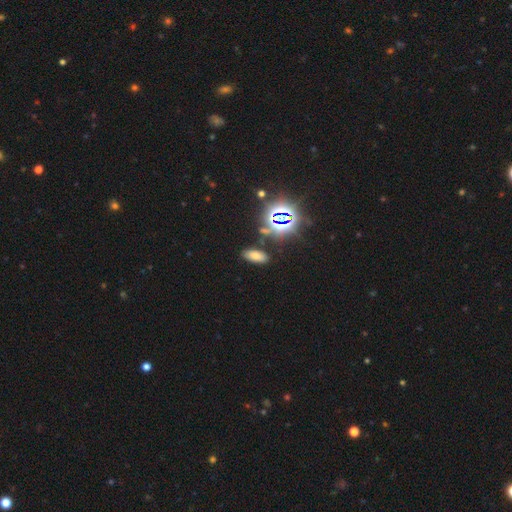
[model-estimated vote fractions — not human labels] Smooth or featured: smooth — 59% (star or artifact — 32%)
How rounded: in between — 85% (cigar-shaped — 10%)
Merging: none — 85% (minor disturbance — 8%)